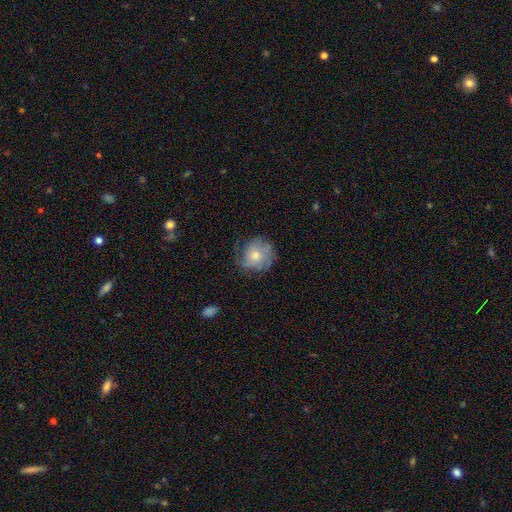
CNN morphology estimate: Overall: smooth (56%; featured or disk 36%). How rounded: round (84%). Merging: none (60%; minor disturbance 25%).